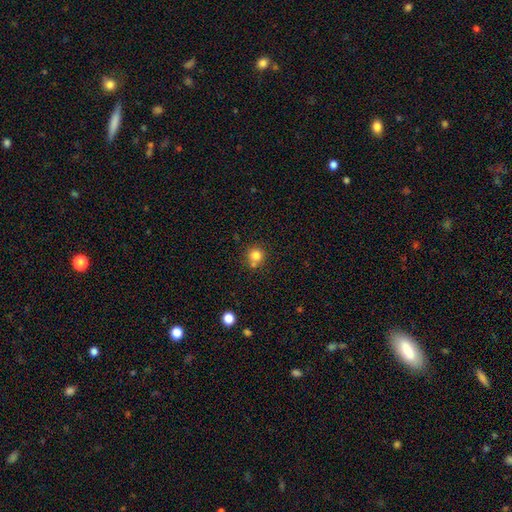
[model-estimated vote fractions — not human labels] A smooth galaxy with no disk features (81%) that is round (91%). Merging: none (64%).